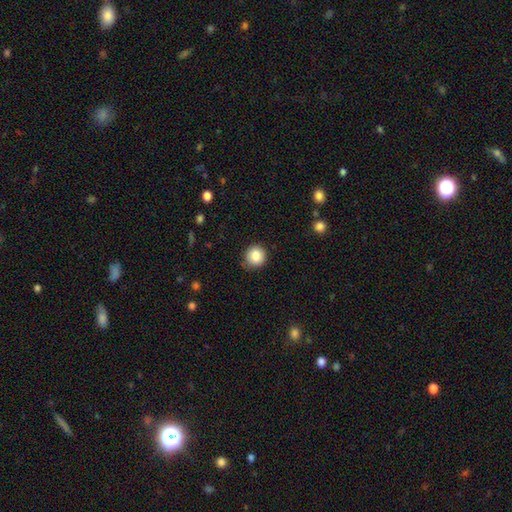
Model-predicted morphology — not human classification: type=smooth (85%); roundness=round (90%); merging=none (86%).